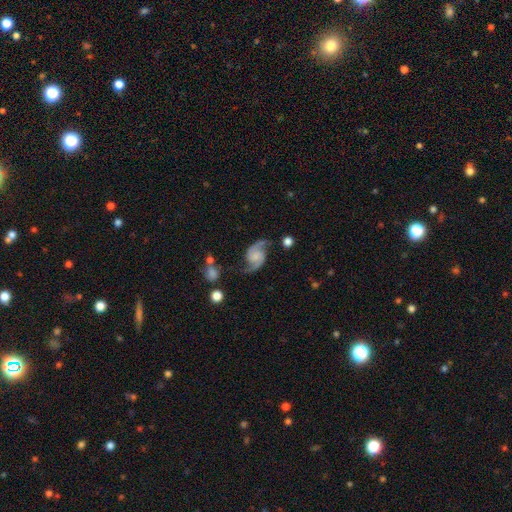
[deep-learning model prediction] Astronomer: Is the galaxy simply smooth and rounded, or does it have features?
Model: featured or disk — 90%.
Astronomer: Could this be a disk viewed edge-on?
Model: no — 98%.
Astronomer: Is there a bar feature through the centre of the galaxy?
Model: no — 63%.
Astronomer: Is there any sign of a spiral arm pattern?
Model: yes — 98%.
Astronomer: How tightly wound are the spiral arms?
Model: loose — 50% (runner-up: medium, 41%).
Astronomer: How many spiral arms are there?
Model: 2 — 94%.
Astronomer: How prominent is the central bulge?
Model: none — 40% (runner-up: small, 31%).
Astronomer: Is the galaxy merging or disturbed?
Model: none — 75%.